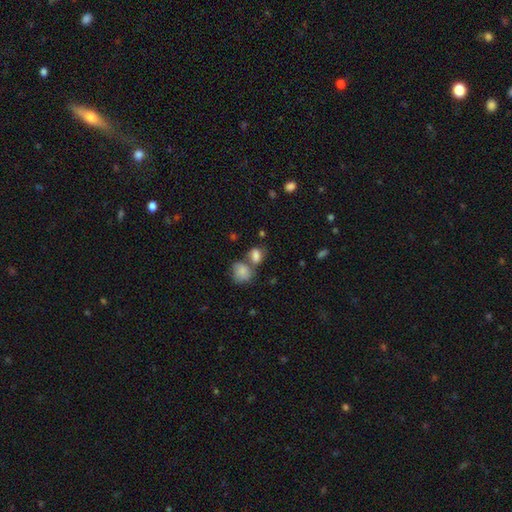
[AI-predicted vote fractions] smooth_or_featured: smooth (p=0.80) [alt: featured or disk p=0.10]
how_rounded: in between (p=0.70) [alt: round p=0.28]
merging: merger (p=0.45) [alt: none p=0.36]